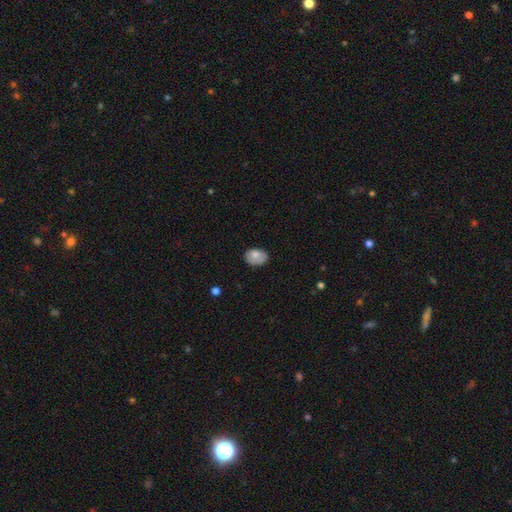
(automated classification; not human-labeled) This appears to be a smooth galaxy with no disk features (78%) that is in between round and cigar-shaped (79%). Merging: none (70%).